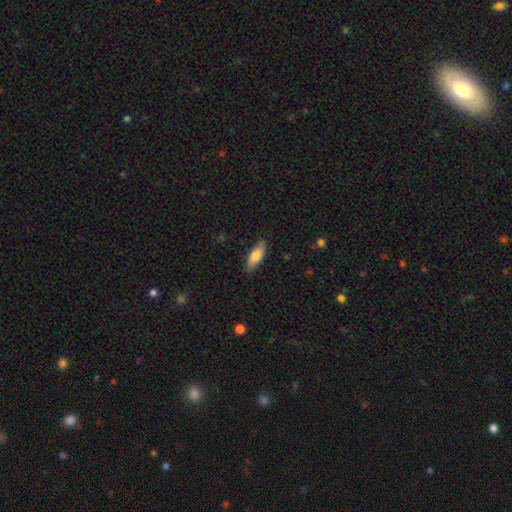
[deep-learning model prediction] The model was most divided on "how rounded": in between: 72%, cigar-shaped: 26%, round: 2%. More confident: merging — none (81%); smooth or featured — smooth (81%).